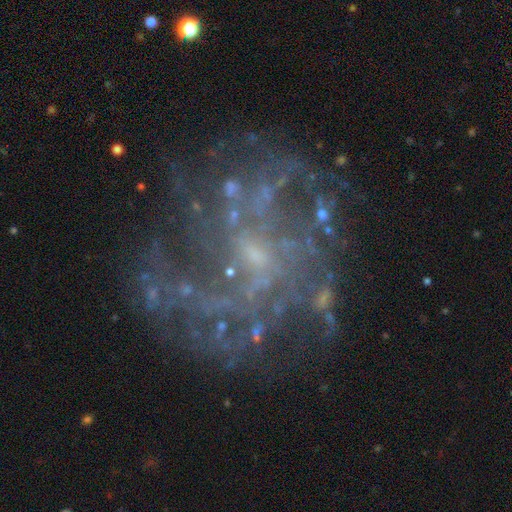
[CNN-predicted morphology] type=featured or disk (79%); edge-on=no (98%); bar=no (58%); spiral arms=yes (81%); winding=medium (40%); arm count=can't tell (42%); bulge=small (60%); merging=none (66%).